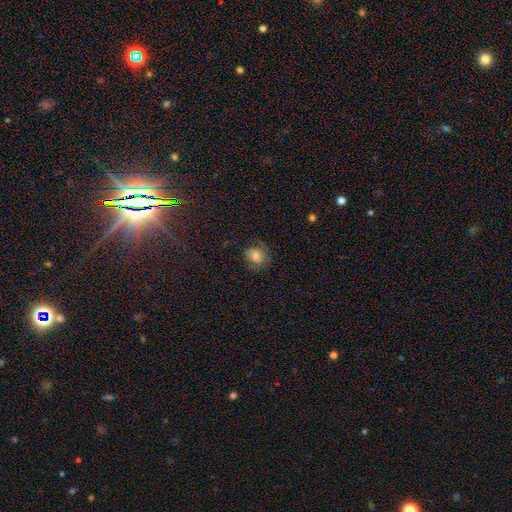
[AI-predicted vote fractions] Q: Smooth or featured?
A: smooth (64%); runner-up: featured or disk (24%)
Q: How rounded?
A: round (70%); runner-up: in between (29%)
Q: Merging?
A: none (64%); runner-up: minor disturbance (22%)